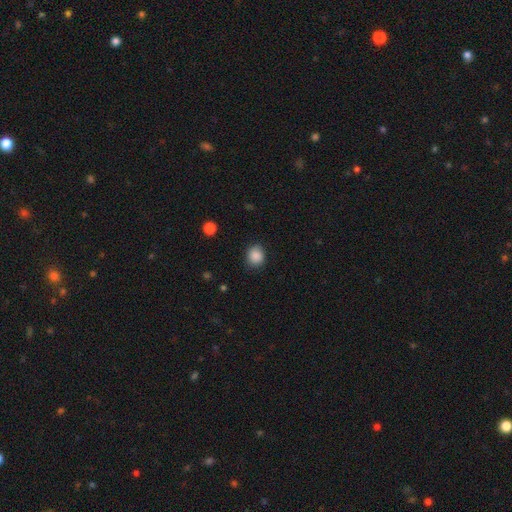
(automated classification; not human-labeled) A smooth galaxy with no disk features (87%) that is round (68%). Merging: none (83%).